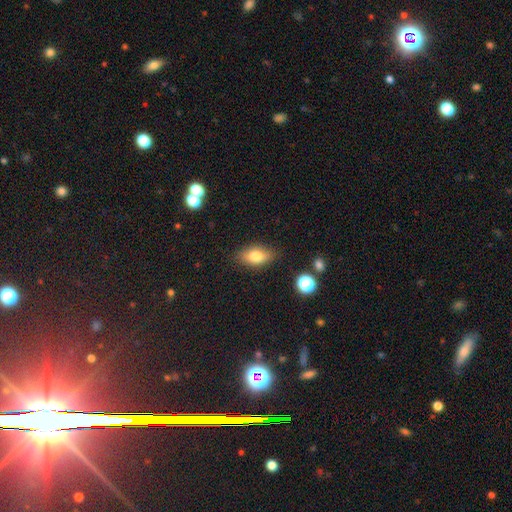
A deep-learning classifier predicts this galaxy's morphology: Overall: smooth (75%). How rounded: in between (83%). Merging: none (83%).